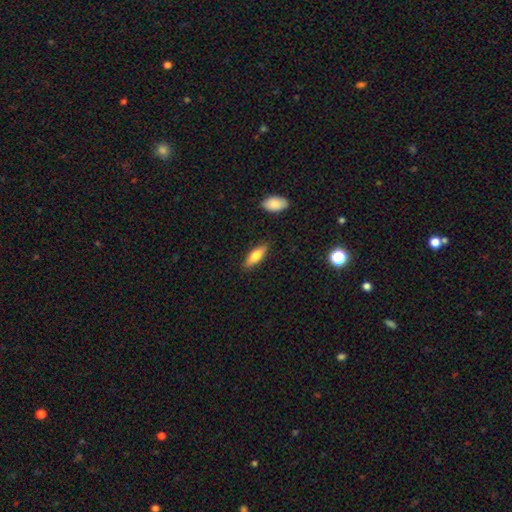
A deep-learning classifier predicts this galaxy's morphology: Smooth or featured: smooth — 71% (featured or disk — 23%)
How rounded: in between — 57% (cigar-shaped — 41%)
Merging: none — 86% (minor disturbance — 10%)